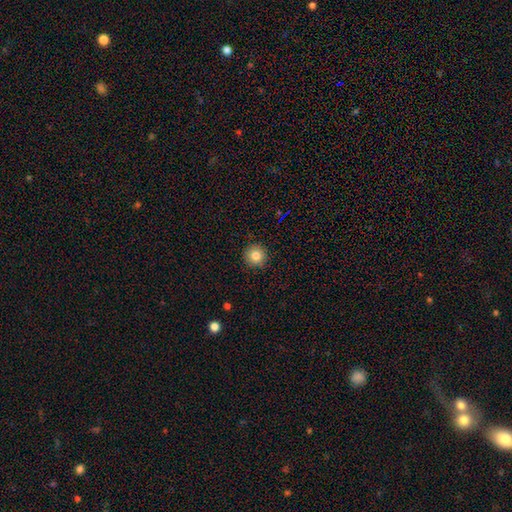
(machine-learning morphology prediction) Smooth or featured?
  - smooth: 83% *
  - star or artifact: 10%
  - featured or disk: 7%
How rounded?
  - round: 95% *
  - in between: 4%
  - cigar-shaped: 1%
Merging?
  - none: 92% *
  - minor disturbance: 6%
  - major disturbance: 2%
  - merger: 1%